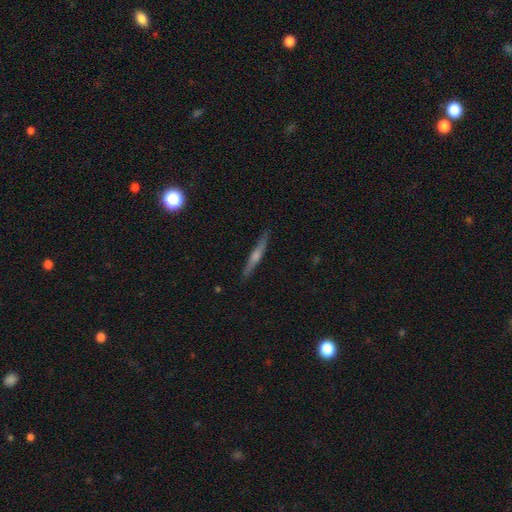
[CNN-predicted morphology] Smooth or featured?
  - featured or disk: 62% *
  - smooth: 31%
  - star or artifact: 7%
Edge-on disk?
  - yes: 97% *
  - no: 3%
Edge-on bulge?
  - rounded: 68% *
  - none: 22%
  - boxy: 10%
Merging?
  - none: 89% *
  - minor disturbance: 8%
  - major disturbance: 2%
  - merger: 1%